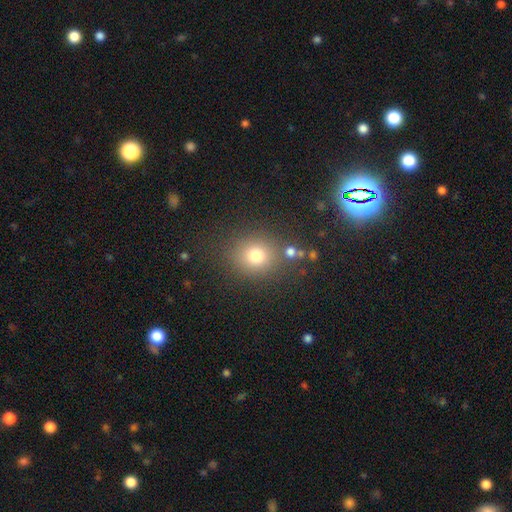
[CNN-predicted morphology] A smooth galaxy with no disk features (76%) that is round (80%). Merging: none (79%).